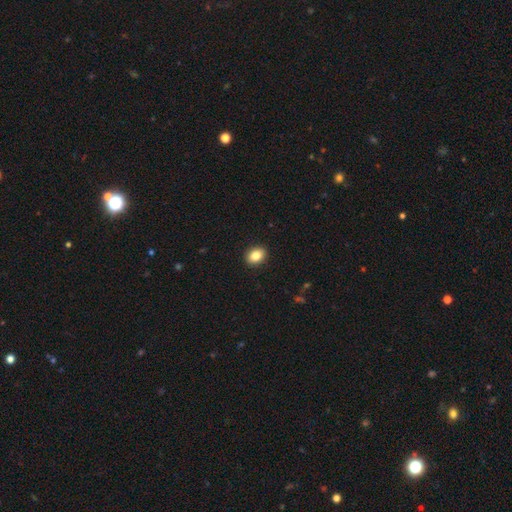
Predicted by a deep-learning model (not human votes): A smooth galaxy with no disk features (84%) that is in between round and cigar-shaped (59%). Merging: none (92%).